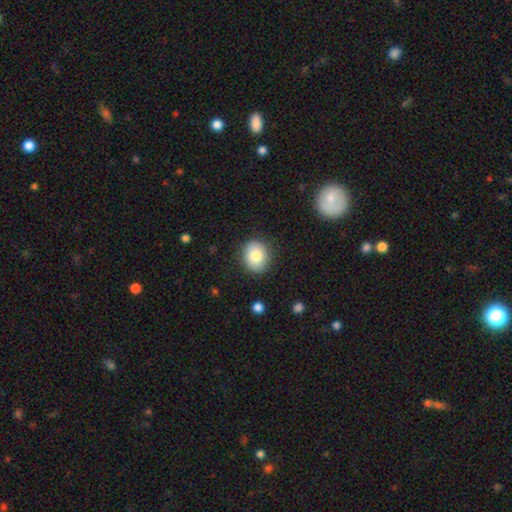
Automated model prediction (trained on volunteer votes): The model was most divided on "how rounded": round: 62%, in between: 37%, cigar-shaped: 1%. More confident: merging — none (88%); smooth or featured — smooth (81%).